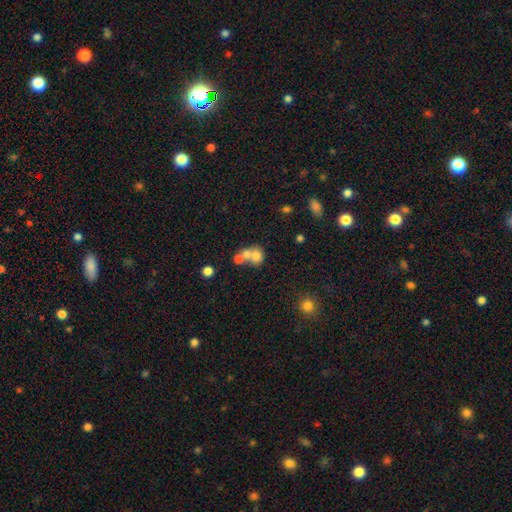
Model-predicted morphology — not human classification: smooth_or_featured: smooth (p=0.67) [alt: featured or disk p=0.21]
how_rounded: round (p=0.71) [alt: in between p=0.28]
merging: merger (p=0.61) [alt: none p=0.28]